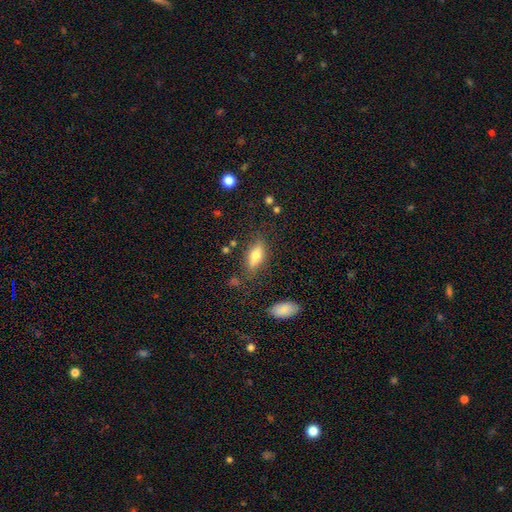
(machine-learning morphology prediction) This appears to be a smooth galaxy with no disk features (67%) that is in between round and cigar-shaped (73%). Merging: none (76%).